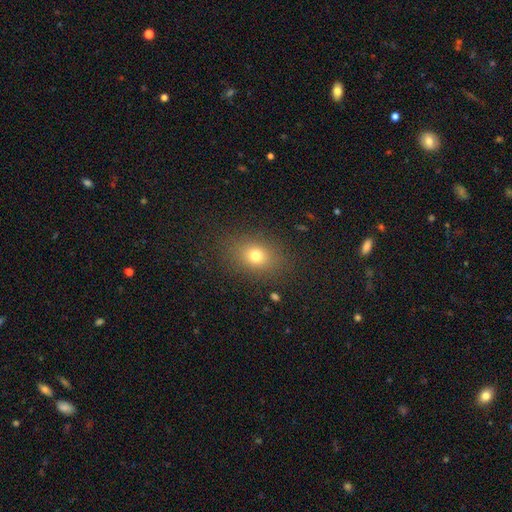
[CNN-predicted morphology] type=smooth (74%); roundness=in between (55%); merging=none (84%).